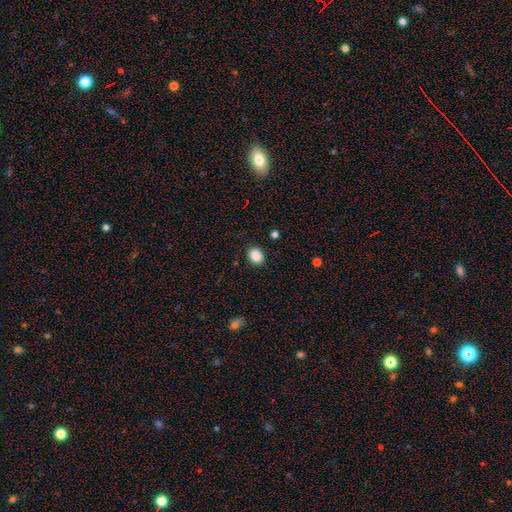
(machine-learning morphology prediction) A smooth galaxy with no disk features (88%) that is in between round and cigar-shaped (53%). Merging: none (87%).